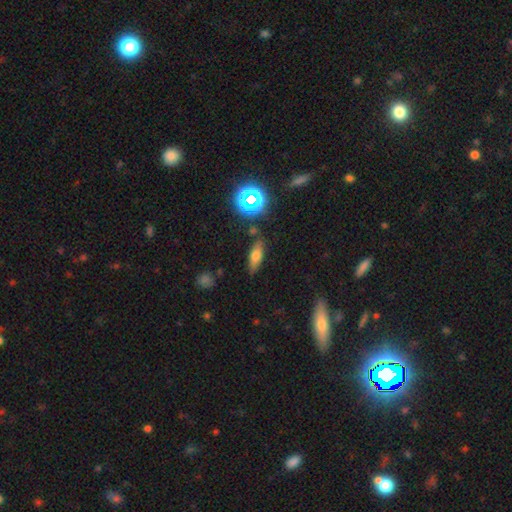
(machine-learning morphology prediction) Smooth or featured?
  - smooth: 59% *
  - featured or disk: 26%
  - star or artifact: 15%
How rounded?
  - in between: 55% *
  - cigar-shaped: 38%
  - round: 7%
Merging?
  - none: 81% *
  - minor disturbance: 12%
  - merger: 3%
  - major disturbance: 3%